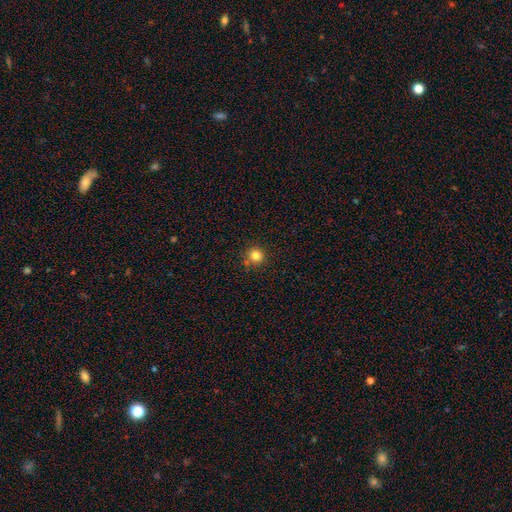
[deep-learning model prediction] Smooth or featured? Predicted: smooth (p=0.81). How rounded? Predicted: round (p=0.92). Merging? Predicted: none (p=0.80).